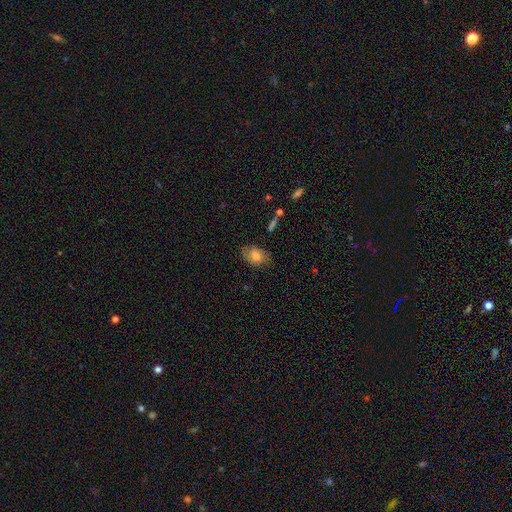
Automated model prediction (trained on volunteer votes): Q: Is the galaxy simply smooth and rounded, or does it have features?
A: smooth — 72%.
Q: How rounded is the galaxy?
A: in between — 79%.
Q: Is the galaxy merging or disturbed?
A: none — 70%.